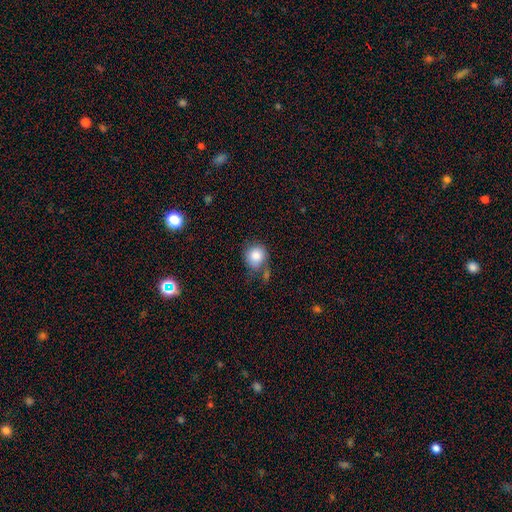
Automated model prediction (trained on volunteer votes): Morphology: type=smooth (84%); roundness=round (84%); merging=none (56%).